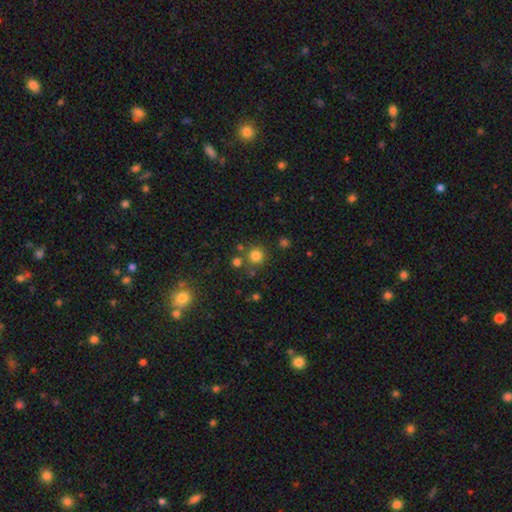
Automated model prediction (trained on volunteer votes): This appears to be a smooth galaxy with no disk features (78%) that is round (93%). Merging: none (78%).